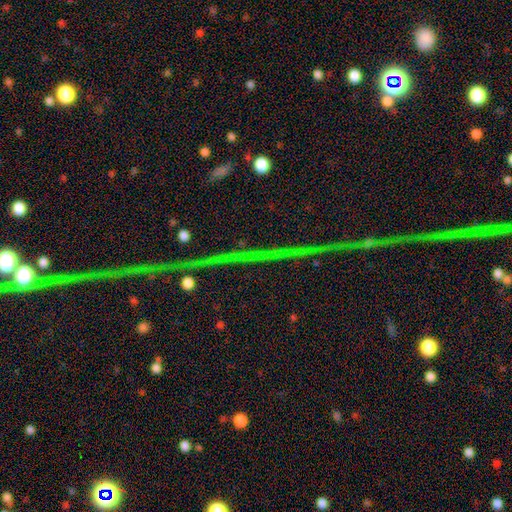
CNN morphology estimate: A star or artifact, not a galaxy (74%).

Vote fractions:
- Smooth or featured? star or artifact: 74% / featured or disk: 16% / smooth: 10%